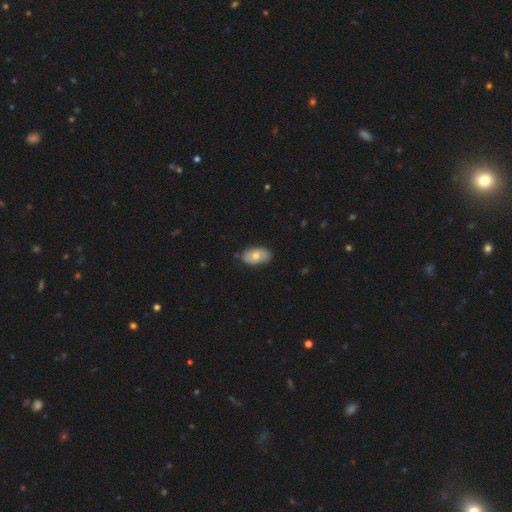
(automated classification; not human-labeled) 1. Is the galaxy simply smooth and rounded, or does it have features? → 64% smooth, 30% featured or disk, 6% star or artifact.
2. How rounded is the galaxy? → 93% in between, 5% round, 2% cigar-shaped.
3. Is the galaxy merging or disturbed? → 76% none, 20% minor disturbance, 3% major disturbance, 1% merger.